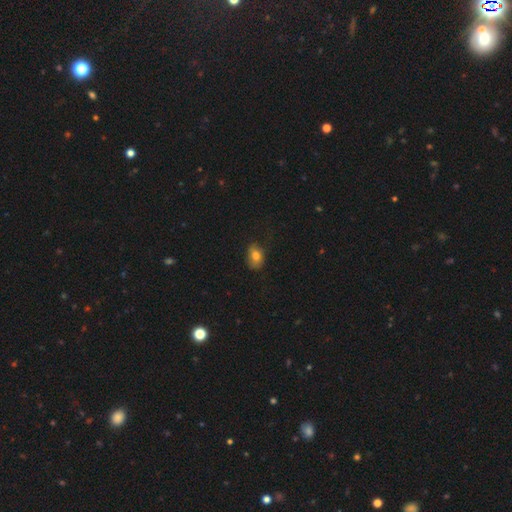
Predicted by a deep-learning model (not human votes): This is likely a smooth galaxy (80%). How rounded: likely in between (76%). Merging: likely none (71%).